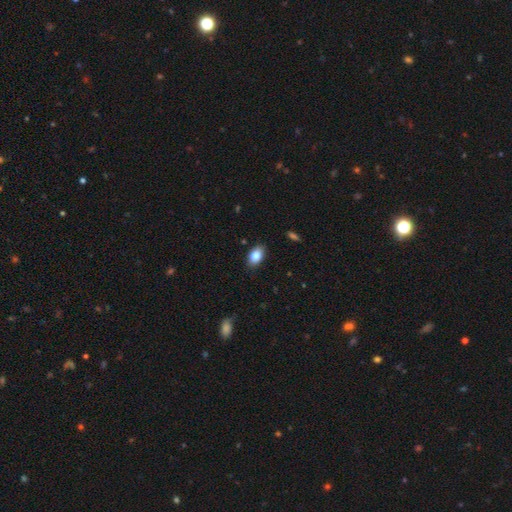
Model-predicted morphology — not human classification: smooth_or_featured: smooth (p=0.85) [alt: star or artifact p=0.08]
how_rounded: in between (p=0.89) [alt: round p=0.09]
merging: none (p=0.86) [alt: minor disturbance p=0.11]